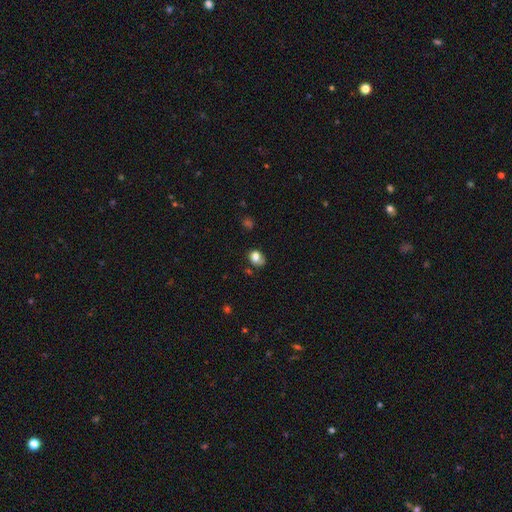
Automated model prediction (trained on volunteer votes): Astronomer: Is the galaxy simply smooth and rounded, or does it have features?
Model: smooth — 77%.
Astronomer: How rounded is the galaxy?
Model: in between — 53% (runner-up: round, 47%).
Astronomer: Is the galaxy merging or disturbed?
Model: none — 50% (runner-up: minor disturbance, 31%).